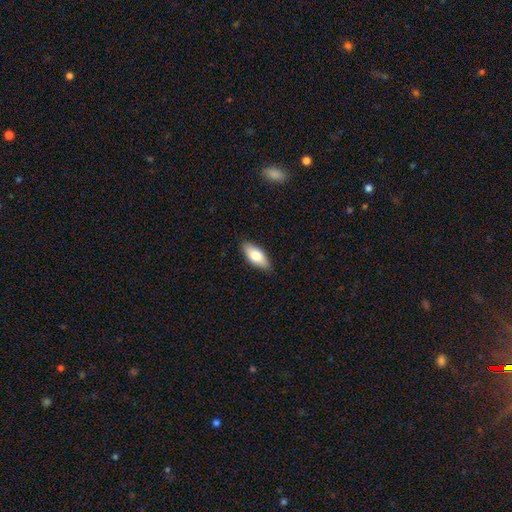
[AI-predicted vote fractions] A smooth galaxy with no disk features (77%) that is in between round and cigar-shaped (85%). Merging: none (87%).